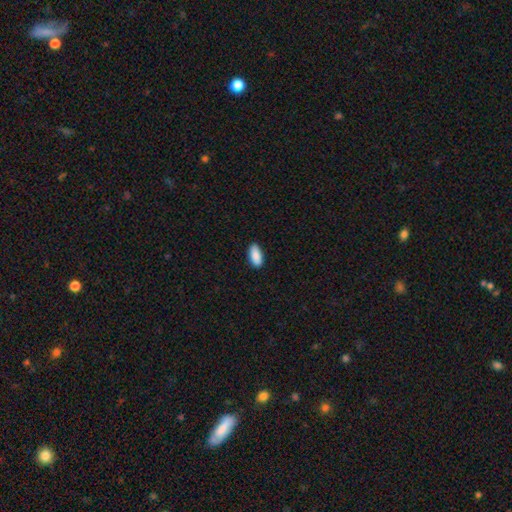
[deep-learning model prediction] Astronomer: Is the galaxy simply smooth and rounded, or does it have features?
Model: smooth — 90%.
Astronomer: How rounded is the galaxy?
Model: in between — 88%.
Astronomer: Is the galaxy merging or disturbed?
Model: none — 90%.